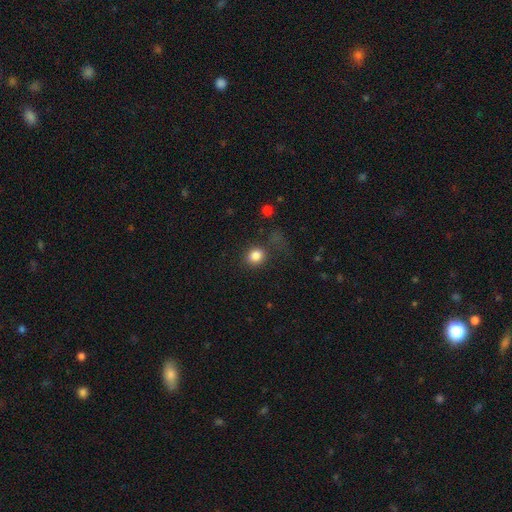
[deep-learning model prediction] Smooth or featured: smooth — 83% (star or artifact — 11%)
How rounded: round — 73% (in between — 25%)
Merging: none — 68% (minor disturbance — 15%)